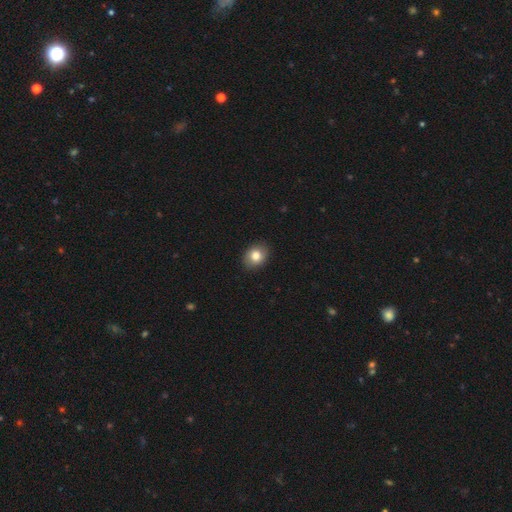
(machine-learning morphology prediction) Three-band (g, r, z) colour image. It shows a smooth galaxy with no disk features (82%) that is in between round and cigar-shaped (56%). Merging: none (89%).